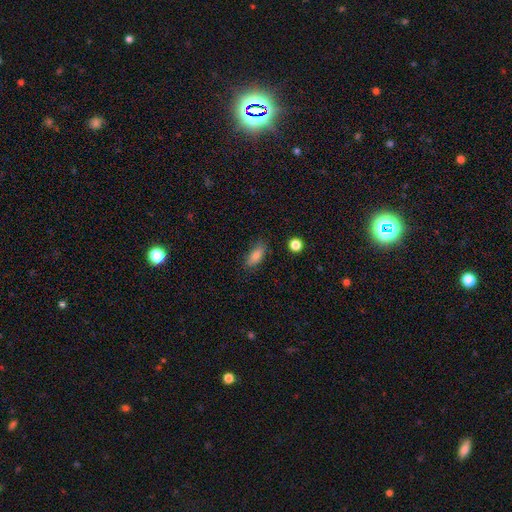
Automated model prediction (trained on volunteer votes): smooth 83%, star or artifact 9%, featured or disk 8%. Down the decision tree: how rounded — in between (79%); merging — none (81%).